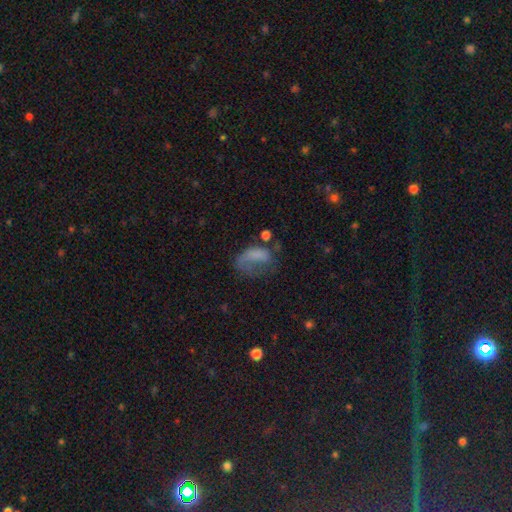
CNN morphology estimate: A smooth galaxy with no disk features (57%) that is in between round and cigar-shaped (83%).

Vote fractions:
- Smooth or featured? smooth: 57% / featured or disk: 31% / star or artifact: 13%
- How rounded? in between: 83% / round: 14% / cigar-shaped: 3%
- Merging? major disturbance: 51% / none: 24% / minor disturbance: 20% / merger: 6%